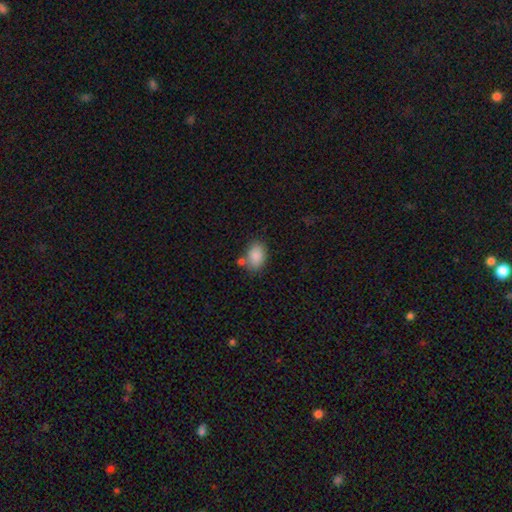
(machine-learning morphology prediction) smooth 87%, star or artifact 7%, featured or disk 5%. Down the decision tree: how rounded — in between (82%); merging — none (71%).